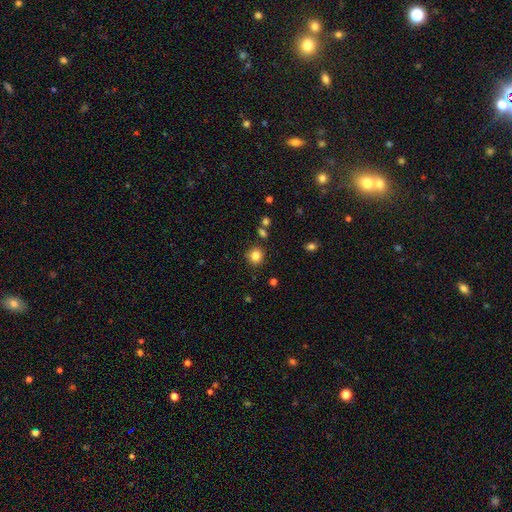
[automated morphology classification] The model was most divided on "smooth or featured": smooth: 83%, star or artifact: 12%, featured or disk: 5%. More confident: how rounded — round (88%); merging — none (84%).